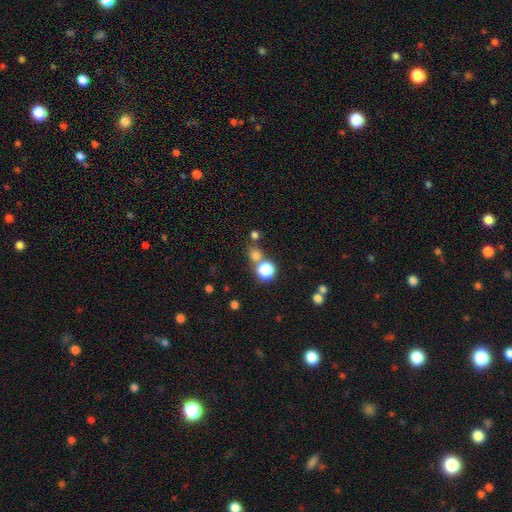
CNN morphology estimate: A smooth galaxy with no disk features (76%) that is round (84%). Merging: none (55%).